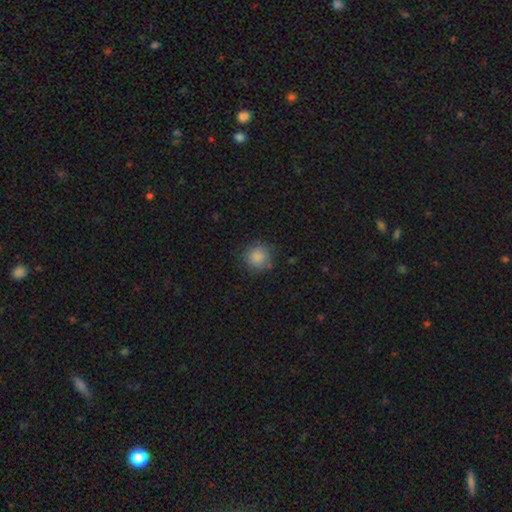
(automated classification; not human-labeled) The model was most divided on "merging": none: 85%, minor disturbance: 11%, major disturbance: 3%, merger: 1%. More confident: how rounded — round (93%); smooth or featured — smooth (86%).